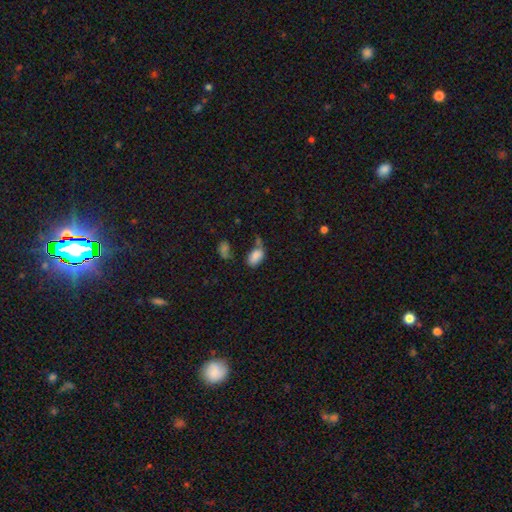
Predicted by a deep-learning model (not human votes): Smooth or featured?
  - smooth: 82% *
  - star or artifact: 11%
  - featured or disk: 8%
How rounded?
  - in between: 92% *
  - round: 7%
  - cigar-shaped: 2%
Merging?
  - none: 43% *
  - minor disturbance: 22%
  - merger: 22%
  - major disturbance: 13%